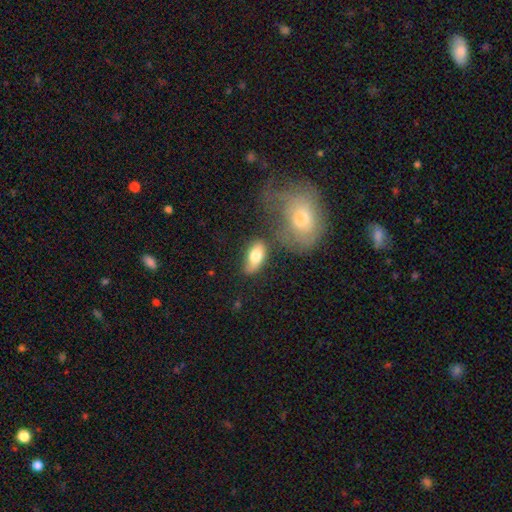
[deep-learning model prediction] Smooth or featured: smooth — 75% (featured or disk — 18%)
How rounded: in between — 88% (cigar-shaped — 7%)
Merging: none — 62% (minor disturbance — 19%)